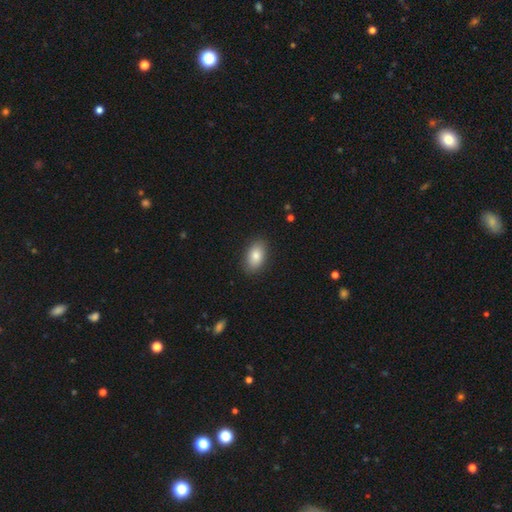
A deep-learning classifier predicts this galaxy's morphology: The model was most divided on "smooth or featured": smooth: 84%, featured or disk: 9%, star or artifact: 7%. More confident: how rounded — in between (92%); merging — none (88%).